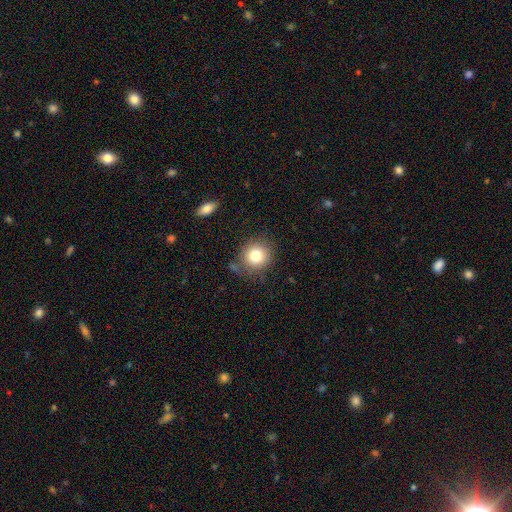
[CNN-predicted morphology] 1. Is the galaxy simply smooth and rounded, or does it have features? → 80% smooth, 10% star or artifact, 9% featured or disk.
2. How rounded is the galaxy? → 89% round, 10% in between, 1% cigar-shaped.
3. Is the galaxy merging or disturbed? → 78% none, 14% minor disturbance, 5% major disturbance, 4% merger.